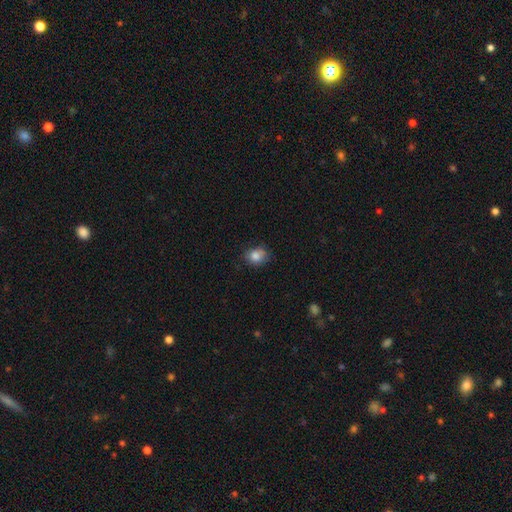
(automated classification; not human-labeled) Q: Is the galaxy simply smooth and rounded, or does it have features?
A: smooth — 84%.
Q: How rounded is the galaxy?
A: round — 50%.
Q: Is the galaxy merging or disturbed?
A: none — 71%.